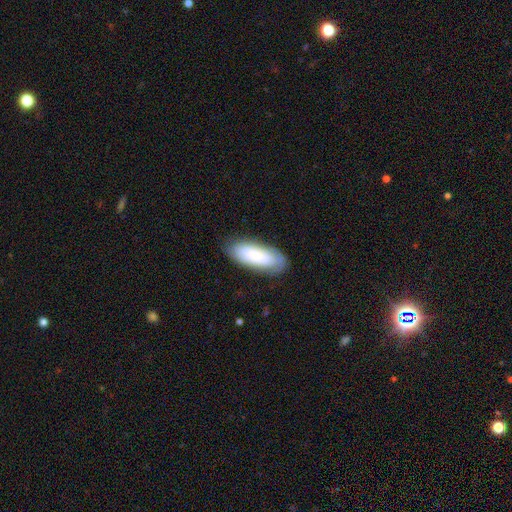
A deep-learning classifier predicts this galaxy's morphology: Smooth or featured: smooth — 71% (featured or disk — 22%)
How rounded: in between — 77% (cigar-shaped — 21%)
Merging: none — 79% (minor disturbance — 16%)